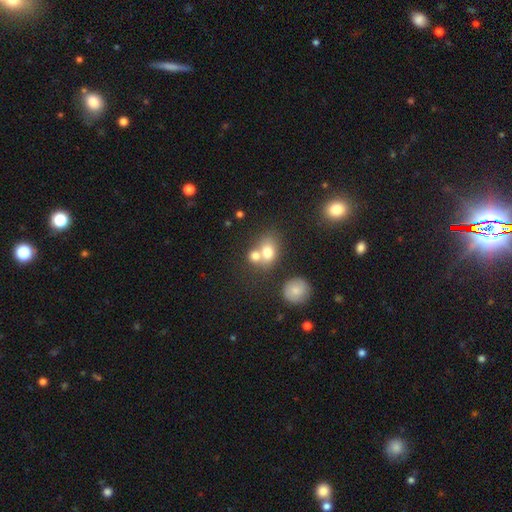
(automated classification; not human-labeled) Smooth or featured? Predicted: smooth (p=0.72). How rounded? Predicted: round (p=0.54). Merging? Predicted: merger (p=0.55).